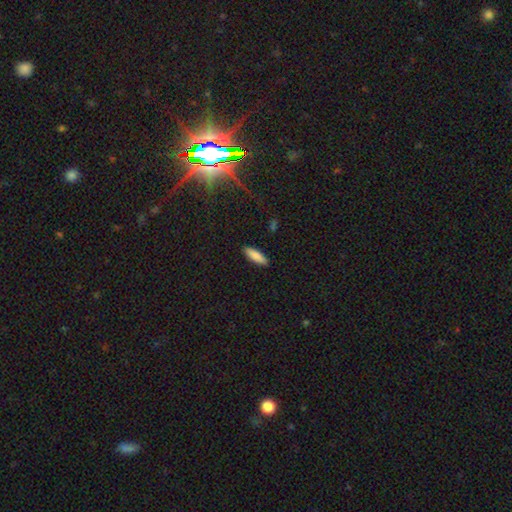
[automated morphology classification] smooth_or_featured: smooth (p=0.86) [alt: featured or disk p=0.08]
how_rounded: in between (p=0.51) [alt: cigar-shaped p=0.47]
merging: none (p=0.90) [alt: minor disturbance p=0.08]